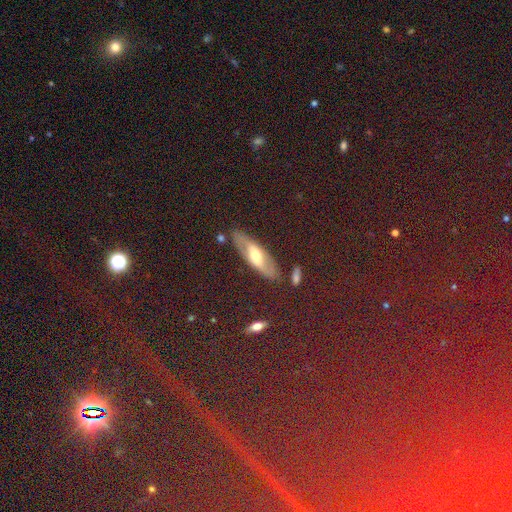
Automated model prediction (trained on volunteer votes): Overall: smooth (37%, tied with featured or disk). Merging: none (81%).